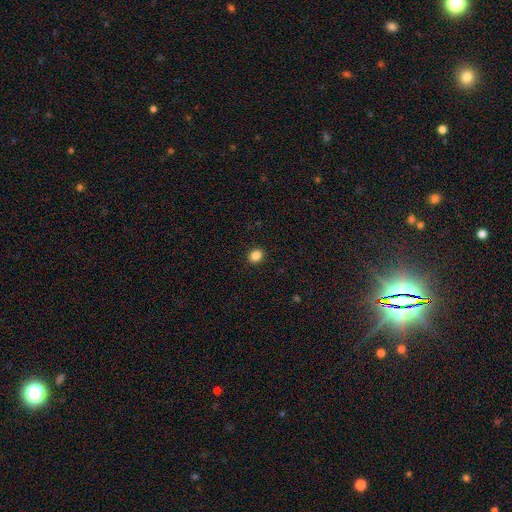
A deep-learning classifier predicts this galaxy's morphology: The model was most divided on "how rounded": round: 54%, in between: 45%, cigar-shaped: 1%. More confident: merging — none (91%); smooth or featured — smooth (86%).